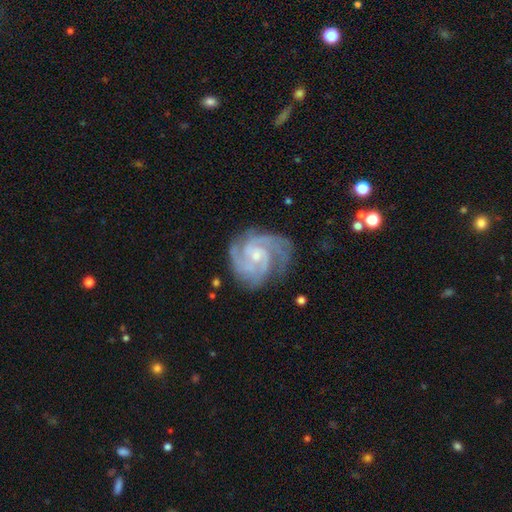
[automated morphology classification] This is clearly a featured or disk galaxy (91%). It is clearly not viewed edge-on (98%). Bar: likely no (62%). Spiral arm pattern: clearly yes (98%). Spiral arm count: possibly 3 (47%). Spiral winding: possibly tight (57%). Central bulge: likely small (65%). Merging: likely none (71%).